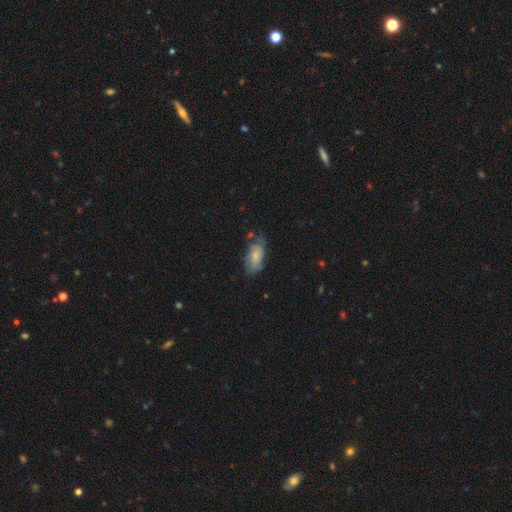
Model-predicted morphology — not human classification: This is possibly a smooth galaxy (51%). How rounded: clearly in between (89%). Merging: possibly none (49%).